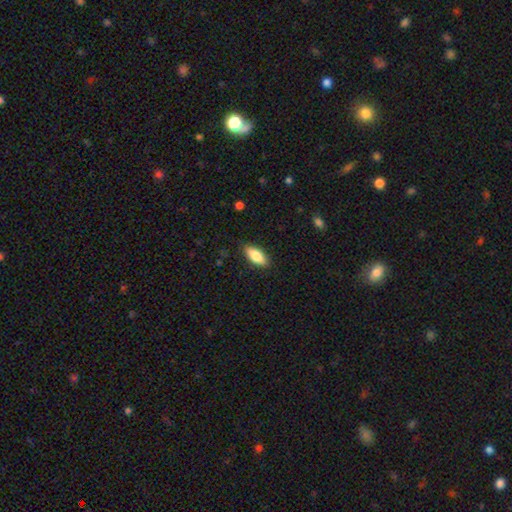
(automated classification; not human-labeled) smooth_or_featured: smooth (p=0.83) [alt: featured or disk p=0.11]
how_rounded: in between (p=0.81) [alt: cigar-shaped p=0.16]
merging: none (p=0.88) [alt: minor disturbance p=0.09]